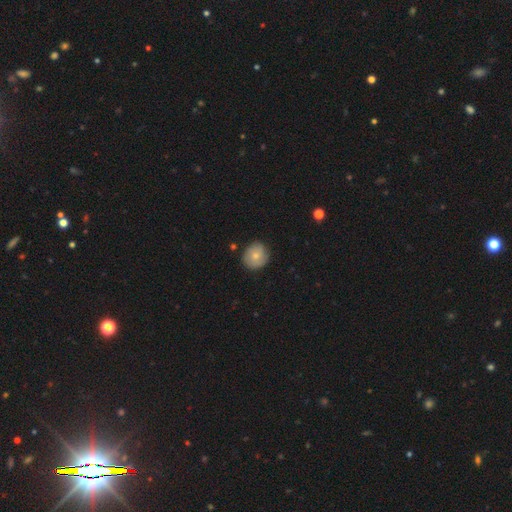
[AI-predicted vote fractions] Smooth or featured? smooth (70%)
How rounded? round (86%)
Merging? none (81%)